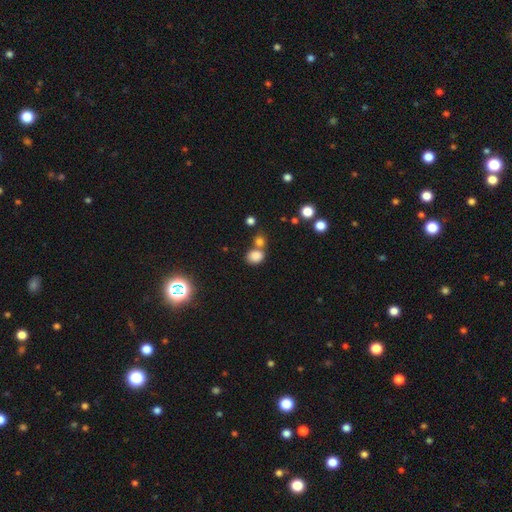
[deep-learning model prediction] The model was most divided on "how rounded": in between: 53%, round: 46%, cigar-shaped: 1%. More confident: smooth or featured — smooth (81%); merging — none (52%).